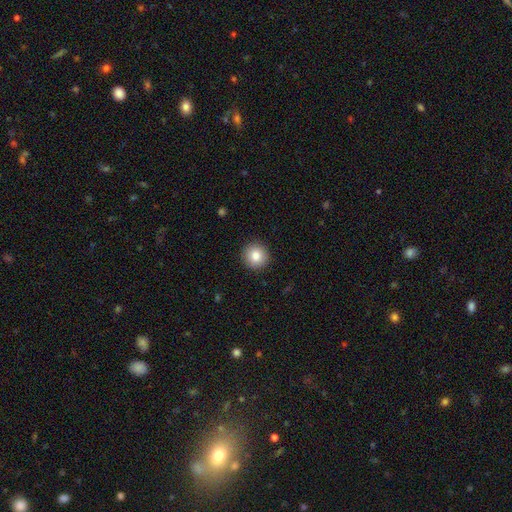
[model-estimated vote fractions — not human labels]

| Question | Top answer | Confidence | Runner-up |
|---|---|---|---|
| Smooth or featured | smooth | 83% | star or artifact (9%) |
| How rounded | round | 94% | in between (5%) |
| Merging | none | 92% | minor disturbance (5%) |